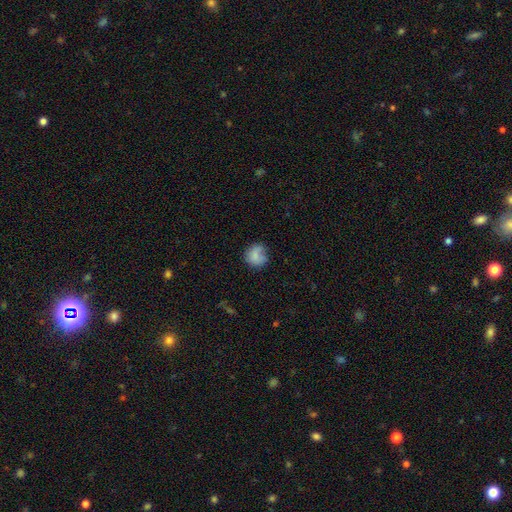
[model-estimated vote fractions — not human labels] Morphology: type=smooth (77%); roundness=round (81%); merging=none (59%).